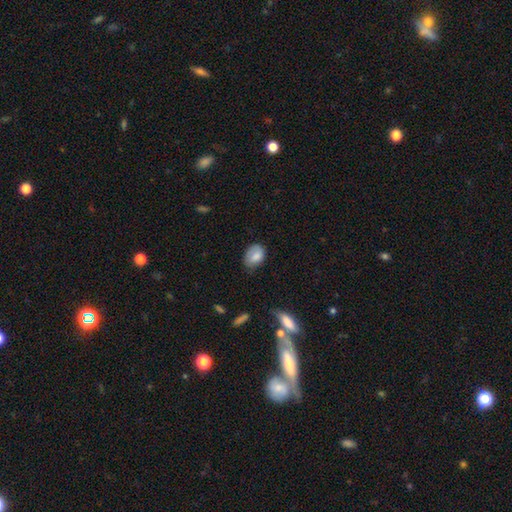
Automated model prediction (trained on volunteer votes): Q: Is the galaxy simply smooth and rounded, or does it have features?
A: smooth — 79%.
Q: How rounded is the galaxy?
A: in between — 75%.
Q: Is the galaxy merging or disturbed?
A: none — 56%.